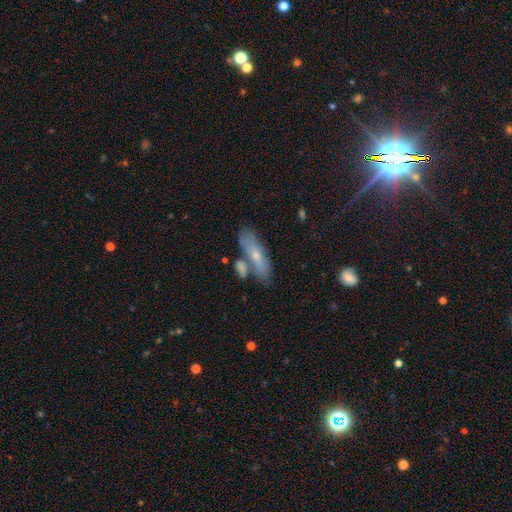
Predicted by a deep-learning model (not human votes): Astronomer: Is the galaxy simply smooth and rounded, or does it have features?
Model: smooth — 55% (runner-up: featured or disk, 38%).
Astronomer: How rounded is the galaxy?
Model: cigar-shaped — 55% (runner-up: in between, 42%).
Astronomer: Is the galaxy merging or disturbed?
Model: none — 60%.